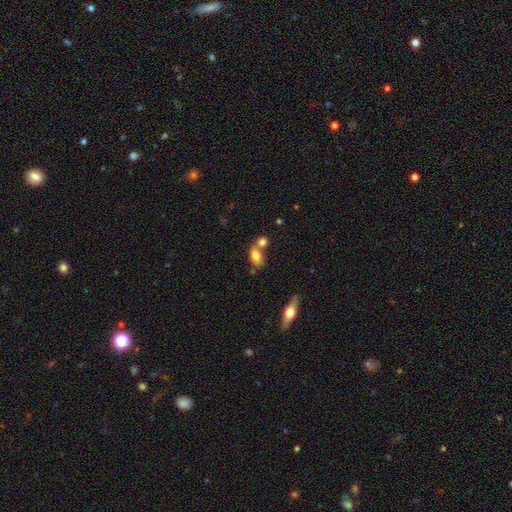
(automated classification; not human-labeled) This is likely a smooth galaxy (76%). How rounded: clearly in between (81%). Merging: marginally none (45%).